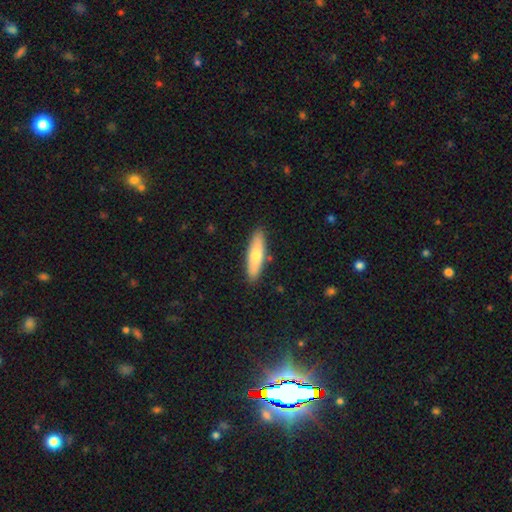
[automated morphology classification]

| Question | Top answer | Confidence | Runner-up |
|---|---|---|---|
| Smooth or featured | smooth | 70% | featured or disk (24%) |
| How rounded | cigar-shaped | 61% | in between (37%) |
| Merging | none | 87% | minor disturbance (9%) |